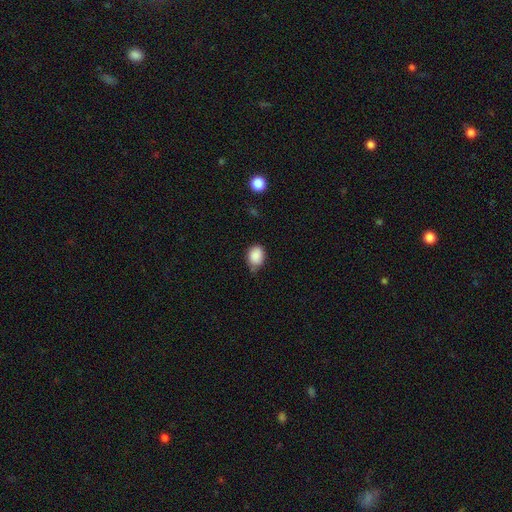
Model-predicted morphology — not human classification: Smooth or featured? smooth (87%)
How rounded? in between (62%)
Merging? none (59%)